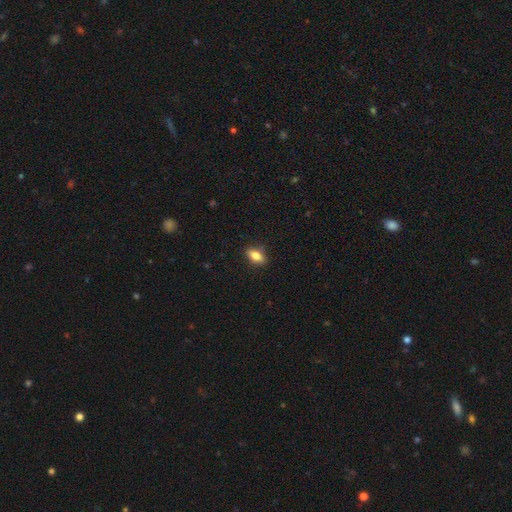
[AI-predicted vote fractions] Morphology: type=smooth (79%); roundness=in between (83%); merging=none (87%).